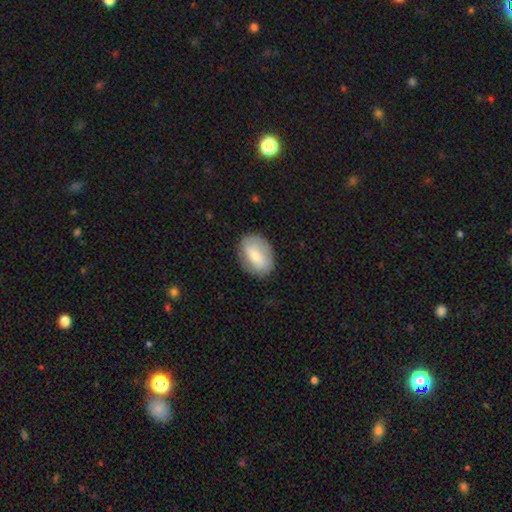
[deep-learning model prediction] Q: Smooth or featured?
A: smooth (65%); runner-up: featured or disk (29%)
Q: How rounded?
A: in between (80%); runner-up: round (19%)
Q: Merging?
A: none (81%); runner-up: minor disturbance (14%)